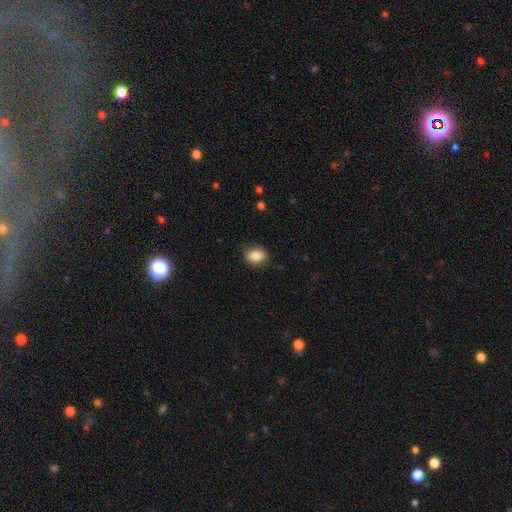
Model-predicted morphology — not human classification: The model was most divided on "how rounded": in between: 63%, round: 36%, cigar-shaped: 1%. More confident: smooth or featured — smooth (83%); merging — none (82%).